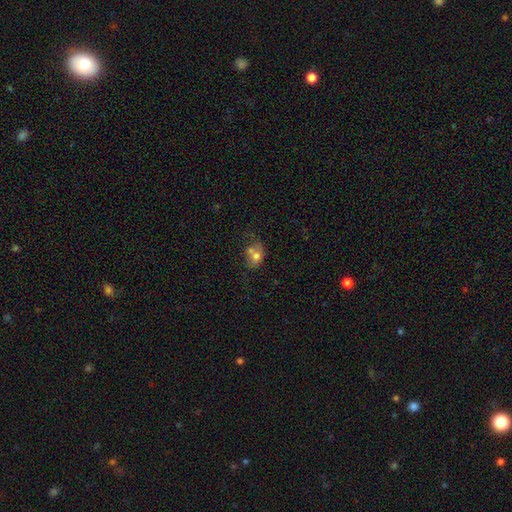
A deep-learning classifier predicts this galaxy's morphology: A smooth galaxy with no disk features (66%) that is in between round and cigar-shaped (57%). Merging: merger (48%).